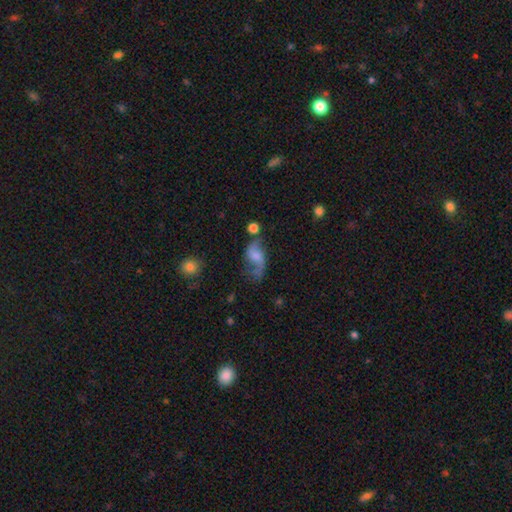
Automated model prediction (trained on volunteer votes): This is possibly a featured or disk galaxy (59%). It is clearly not viewed edge-on (95%). Bar: possibly no (56%). Spiral arm pattern: clearly yes (86%). Central bulge: marginally moderate (34%). Merging: marginally none (43%).